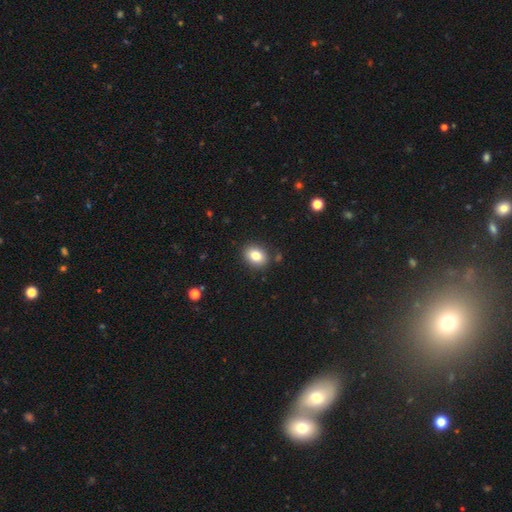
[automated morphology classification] A smooth galaxy with no disk features (83%) that is in between round and cigar-shaped (66%). Merging: none (87%).